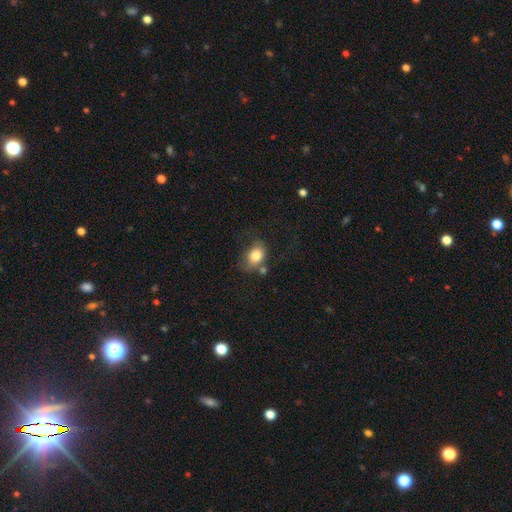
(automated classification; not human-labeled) smooth 80%, featured or disk 11%, star or artifact 9%. Down the decision tree: how rounded — in between (63%); merging — none (49%).